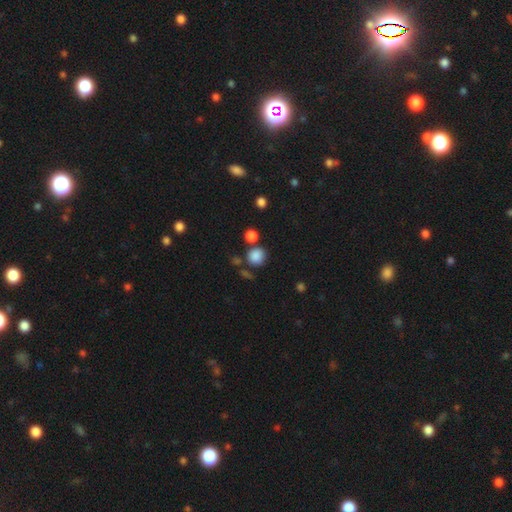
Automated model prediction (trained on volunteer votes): Q: Smooth or featured?
A: smooth (85%); runner-up: star or artifact (11%)
Q: How rounded?
A: round (89%); runner-up: in between (11%)
Q: Merging?
A: none (71%); runner-up: merger (14%)